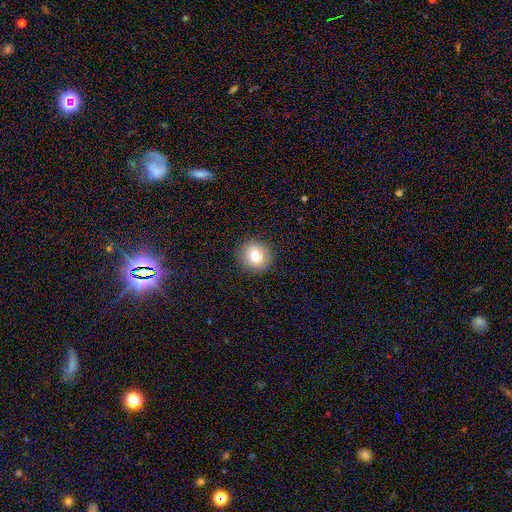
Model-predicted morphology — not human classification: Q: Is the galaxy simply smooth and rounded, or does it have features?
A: smooth — 77%.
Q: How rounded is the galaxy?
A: round — 89%.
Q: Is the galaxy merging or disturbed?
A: none — 91%.